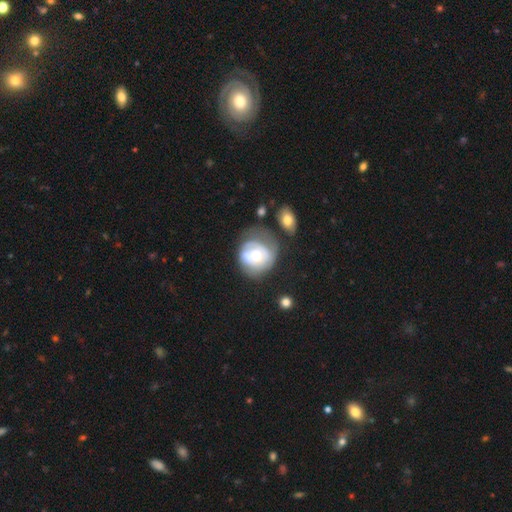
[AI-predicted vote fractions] This appears to be a featured or disk galaxy (56%) with no bar (78%), no spiral arms (54%) and a moderate central bulge (66%). Merging: none (35%).